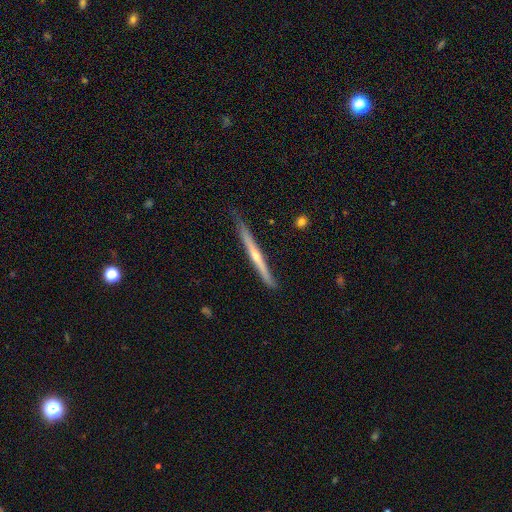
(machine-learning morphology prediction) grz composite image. It shows a featured or disk galaxy (72%) viewed edge-on (98%) with a rounded central bulge (70%). Merging: none (88%).